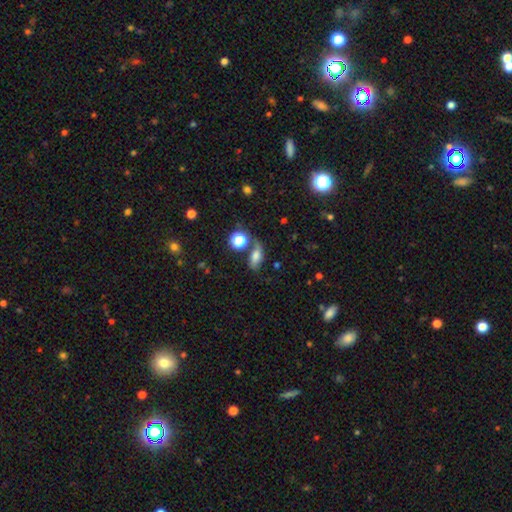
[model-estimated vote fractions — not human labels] A smooth galaxy with no disk features (51%) that is in between round and cigar-shaped (74%). Merging: none (46%).